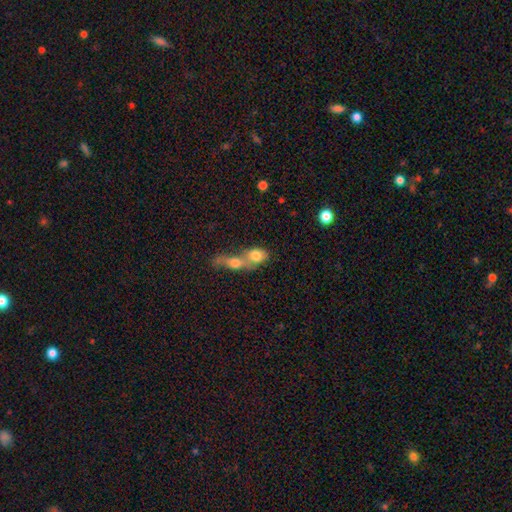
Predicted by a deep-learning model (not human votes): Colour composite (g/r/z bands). It shows a smooth galaxy with no disk features (75%) that is in between round and cigar-shaped (62%). Merging: merger (78%).